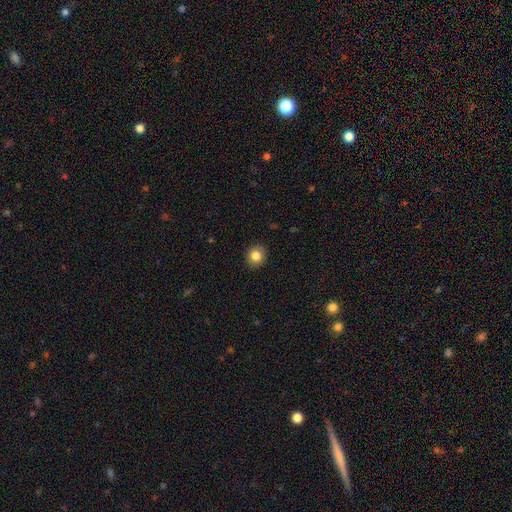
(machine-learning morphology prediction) This is clearly a smooth galaxy (84%). How rounded: likely round (79%). Merging: clearly none (91%).